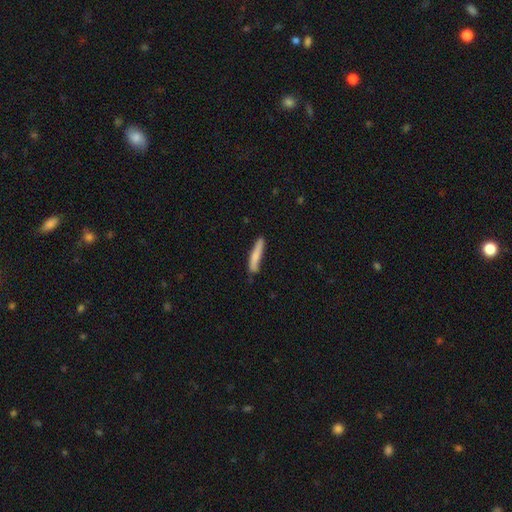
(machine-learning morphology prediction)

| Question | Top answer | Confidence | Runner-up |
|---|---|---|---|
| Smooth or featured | smooth | 76% | featured or disk (19%) |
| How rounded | cigar-shaped | 93% | in between (6%) |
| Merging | none | 73% | minor disturbance (21%) |